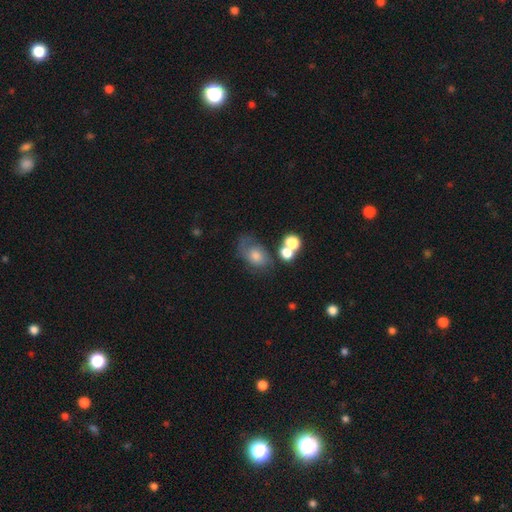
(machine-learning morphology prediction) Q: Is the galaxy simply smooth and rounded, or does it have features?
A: smooth — 50%.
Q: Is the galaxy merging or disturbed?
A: none — 42%.